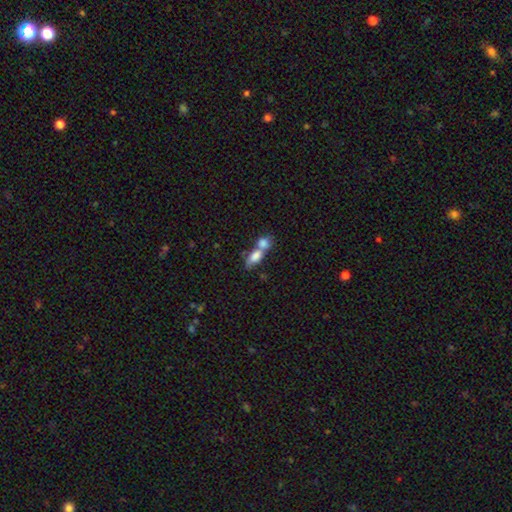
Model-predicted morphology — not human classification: smooth_or_featured: smooth (p=0.76) [alt: featured or disk p=0.16]
how_rounded: in between (p=0.73) [alt: round p=0.15]
merging: merger (p=0.71) [alt: none p=0.19]